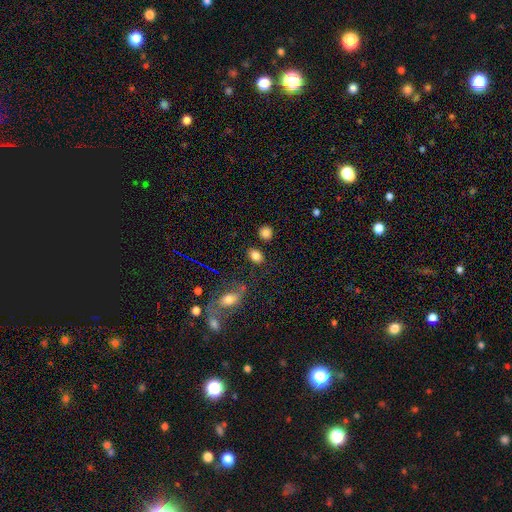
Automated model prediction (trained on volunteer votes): A smooth galaxy with no disk features (83%) that is in between round and cigar-shaped (68%).

Vote fractions:
- Smooth or featured? smooth: 83% / star or artifact: 11% / featured or disk: 6%
- How rounded? in between: 68% / round: 30% / cigar-shaped: 2%
- Merging? none: 79% / minor disturbance: 10% / merger: 7% / major disturbance: 4%